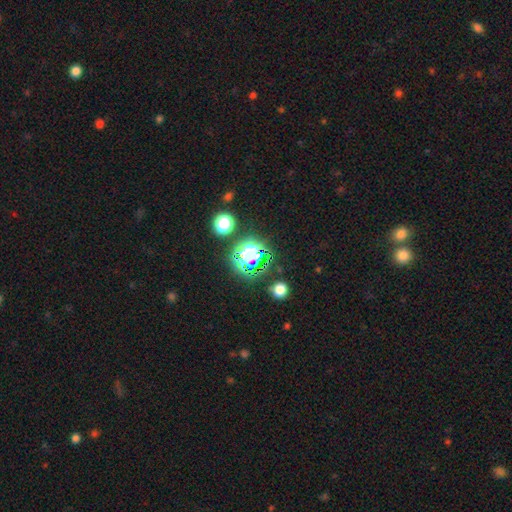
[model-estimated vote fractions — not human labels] Smooth or featured: star or artifact — 59% (smooth — 30%)